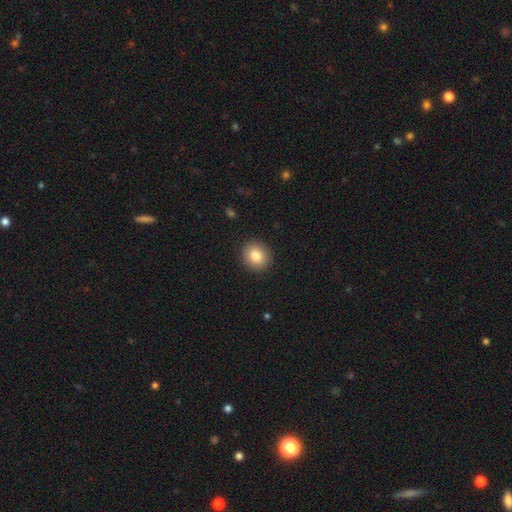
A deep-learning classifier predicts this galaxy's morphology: Smooth or featured? Predicted: smooth (p=0.85). How rounded? Predicted: round (p=0.81). Merging? Predicted: none (p=0.91).